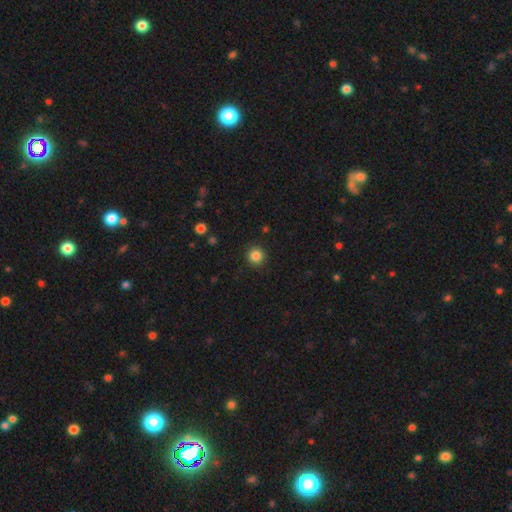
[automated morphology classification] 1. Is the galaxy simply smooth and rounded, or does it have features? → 85% smooth, 11% star or artifact, 4% featured or disk.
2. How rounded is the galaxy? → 95% round, 4% in between, 1% cigar-shaped.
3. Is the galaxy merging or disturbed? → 92% none, 5% minor disturbance, 2% major disturbance, 1% merger.